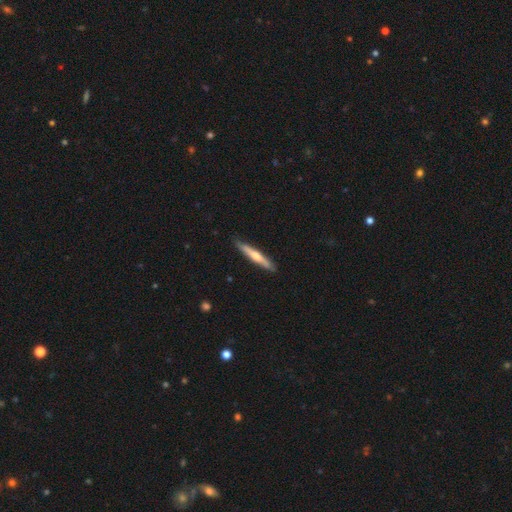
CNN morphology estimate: Q: Smooth or featured?
A: featured or disk (51%); runner-up: smooth (44%)
Q: Edge-on disk?
A: yes (94%); runner-up: no (6%)
Q: Merging?
A: none (88%); runner-up: minor disturbance (9%)